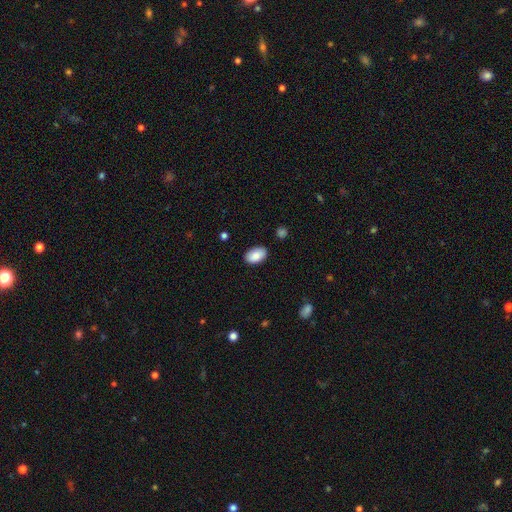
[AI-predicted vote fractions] This is clearly a smooth galaxy (87%). How rounded: clearly in between (94%). Merging: clearly none (86%).